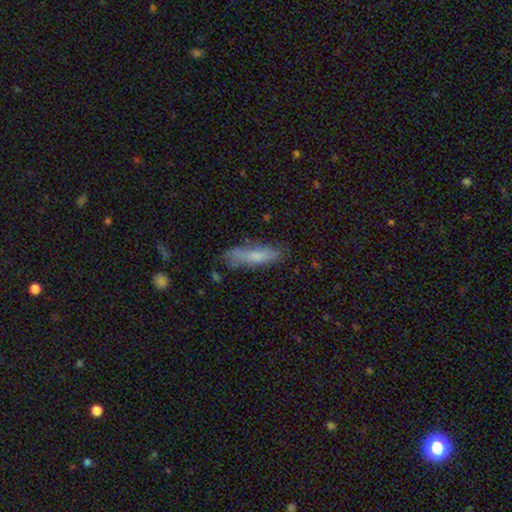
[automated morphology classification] type=smooth (71%); roundness=cigar-shaped (70%); merging=none (69%).